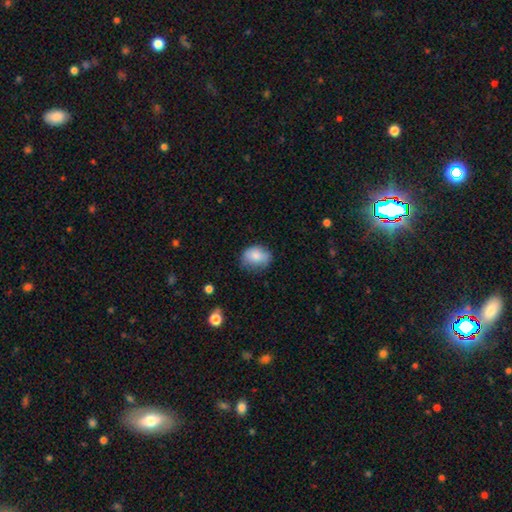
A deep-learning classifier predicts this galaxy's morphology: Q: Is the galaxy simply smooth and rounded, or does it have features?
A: smooth — 81%.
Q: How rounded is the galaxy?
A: in between — 58%.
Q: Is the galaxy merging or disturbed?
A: none — 65%.